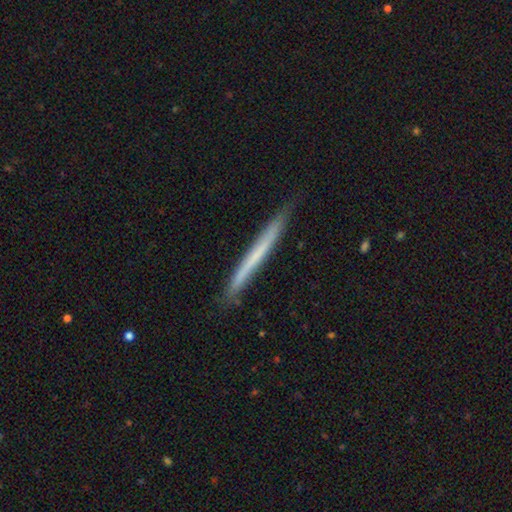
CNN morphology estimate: smooth-or-featured: smooth: 53% | featured or disk: 42% | star or artifact: 6%
  how-rounded: cigar-shaped: 97% | in between: 2% | round: 1%
  merging: none: 85% | minor disturbance: 12% | major disturbance: 2% | merger: 1%